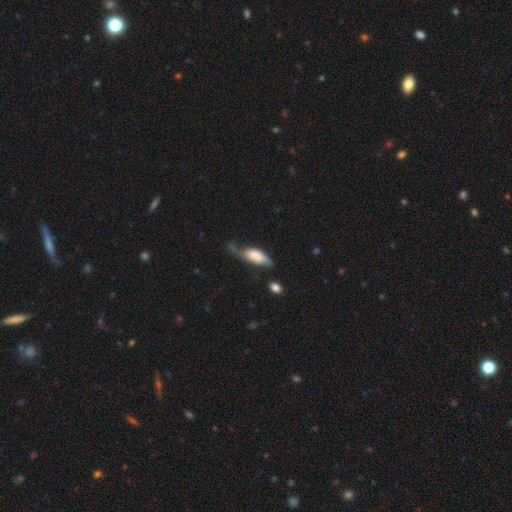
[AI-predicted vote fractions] The model was most divided on "merging": minor disturbance: 33%, none: 31%, major disturbance: 29%, merger: 7%. More confident: how rounded — in between (75%); smooth or featured — smooth (61%).